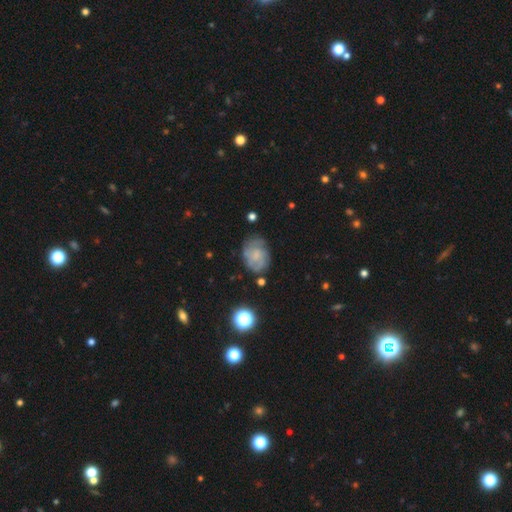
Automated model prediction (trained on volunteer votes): Smooth or featured?
  - featured or disk: 51% *
  - smooth: 39%
  - star or artifact: 10%
Edge-on disk?
  - no: 97% *
  - yes: 3%
Merging?
  - none: 64% *
  - minor disturbance: 23%
  - major disturbance: 10%
  - merger: 3%